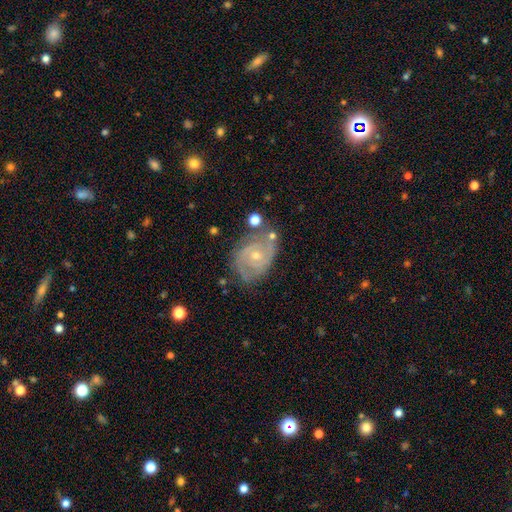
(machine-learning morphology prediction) type=featured or disk (86%); edge-on=no (97%); bar=no (64%); spiral arms=yes (95%); winding=tight (61%); arm count=2 (61%); bulge=small (61%); merging=none (65%).